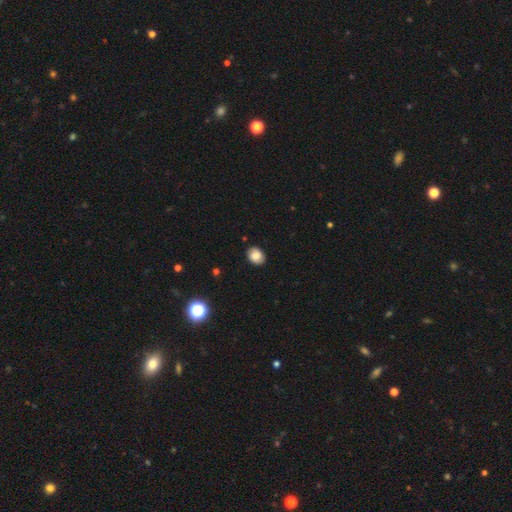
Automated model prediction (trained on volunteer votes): A smooth galaxy with no disk features (83%) that is in between round and cigar-shaped (60%).

Vote fractions:
- Smooth or featured? smooth: 83% / star or artifact: 9% / featured or disk: 8%
- How rounded? in between: 60% / round: 39% / cigar-shaped: 1%
- Merging? none: 87% / minor disturbance: 10% / major disturbance: 2% / merger: 1%